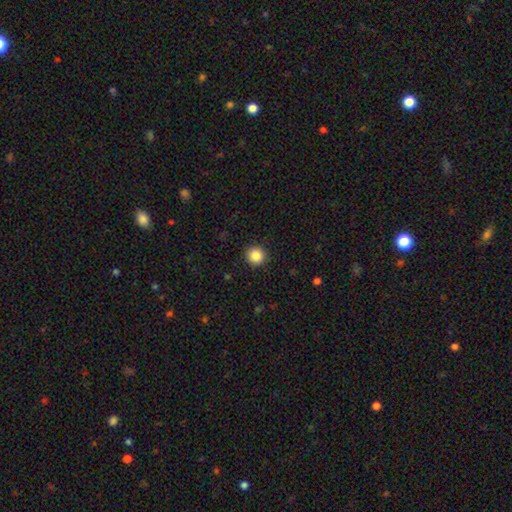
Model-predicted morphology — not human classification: A smooth galaxy with no disk features (86%) that is round (93%).

Vote fractions:
- Smooth or featured? smooth: 86% / star or artifact: 10% / featured or disk: 4%
- How rounded? round: 93% / in between: 6% / cigar-shaped: 1%
- Merging? none: 92% / minor disturbance: 5% / major disturbance: 2% / merger: 1%